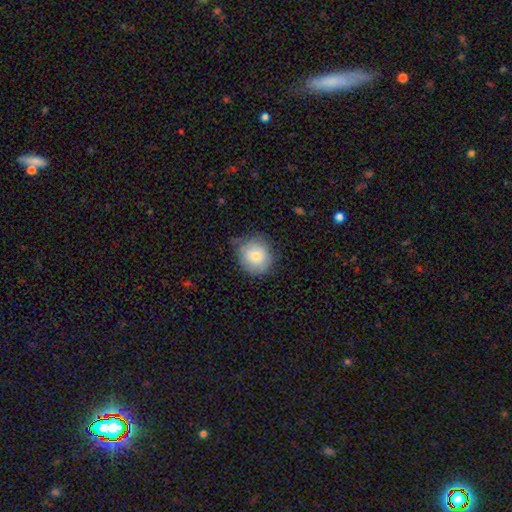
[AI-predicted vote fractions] Smooth or featured? smooth (78%)
How rounded? round (87%)
Merging? none (66%)